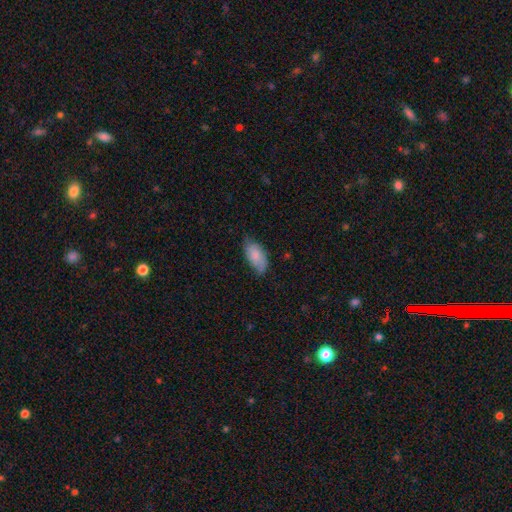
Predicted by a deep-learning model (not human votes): Q: Smooth or featured?
A: smooth (80%); runner-up: featured or disk (14%)
Q: How rounded?
A: in between (93%); runner-up: cigar-shaped (4%)
Q: Merging?
A: none (61%); runner-up: minor disturbance (32%)